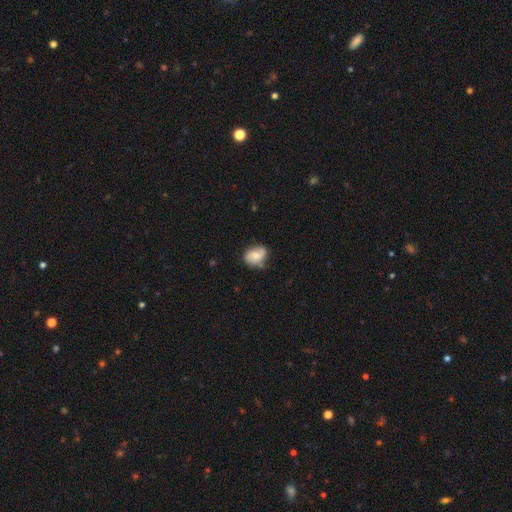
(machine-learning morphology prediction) type=smooth (63%); roundness=in between (63%); merging=none (61%).